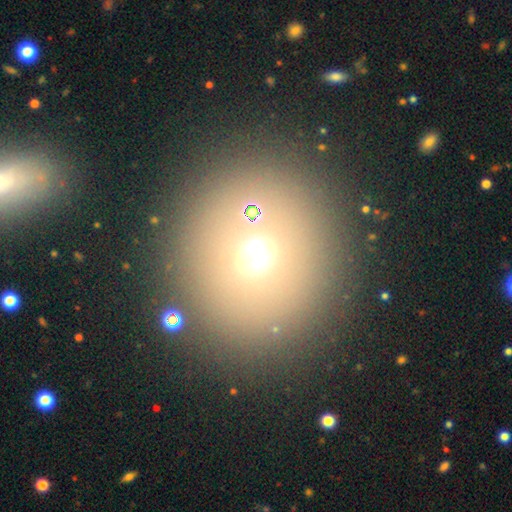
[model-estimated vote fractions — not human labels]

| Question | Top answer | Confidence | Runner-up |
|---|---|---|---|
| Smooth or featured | smooth | 61% | star or artifact (25%) |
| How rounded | round | 89% | in between (10%) |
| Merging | none | 78% | merger (11%) |